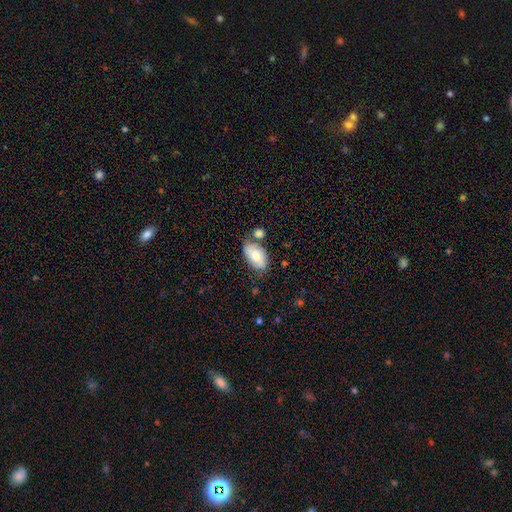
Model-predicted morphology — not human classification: The model was most divided on "merging": none: 59%, minor disturbance: 21%, merger: 15%, major disturbance: 5%. More confident: how rounded — in between (93%); smooth or featured — smooth (70%).